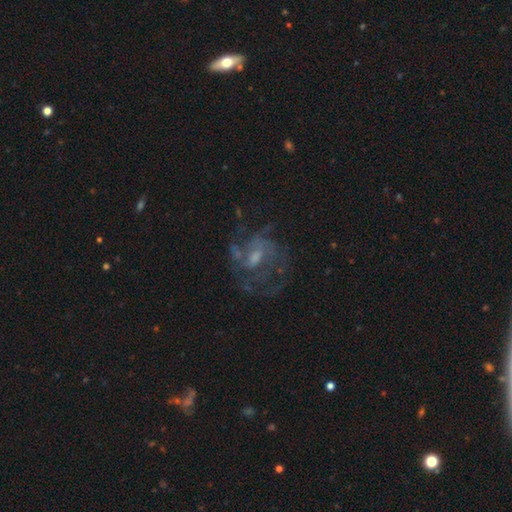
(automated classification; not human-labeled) smooth-or-featured: featured or disk: 73% | smooth: 15% | star or artifact: 12%
  disk-edge-on: no: 97% | yes: 3%
    bar: no: 46% | weak: 45% | strong: 9%
    has-spiral-arms: yes: 73% | no: 27%
      spiral-winding: medium: 45% | loose: 28% | tight: 27%
      spiral-arm-count: can't tell: 41% | 3: 21% | 2: 18% | 4: 9% | 1: 6% | more than 4: 5%
    bulge-size: moderate: 43% | small: 34% | none: 15% | large: 6% | dominant: 1%
  merging: none: 50% | major disturbance: 30% | minor disturbance: 16% | merger: 4%